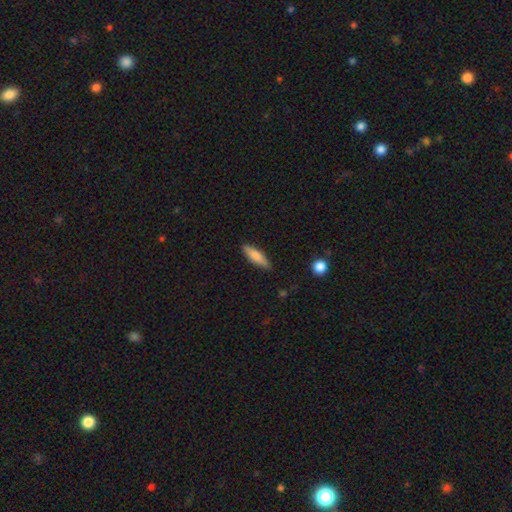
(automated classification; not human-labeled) A smooth galaxy with no disk features (72%) that is cigar-shaped (66%). Merging: none (84%).